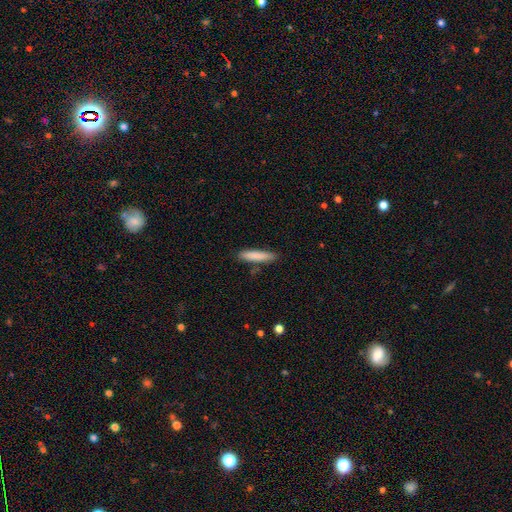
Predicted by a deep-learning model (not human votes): Morphology: type=smooth (84%); roundness=cigar-shaped (86%); merging=none (84%).